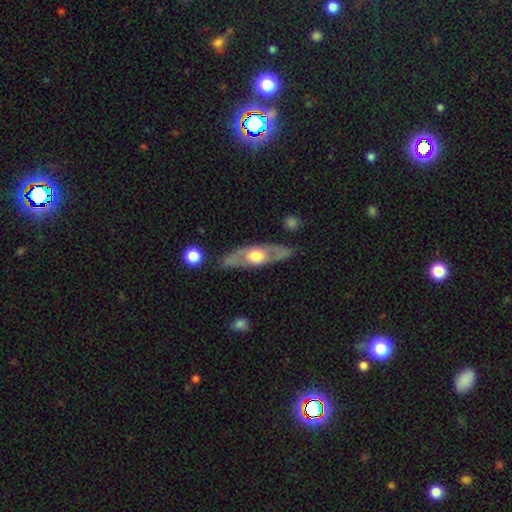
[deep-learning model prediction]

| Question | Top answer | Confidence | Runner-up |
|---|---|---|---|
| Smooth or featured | featured or disk | 64% | smooth (31%) |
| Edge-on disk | yes | 53% | no (47%) |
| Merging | none | 81% | minor disturbance (12%) |